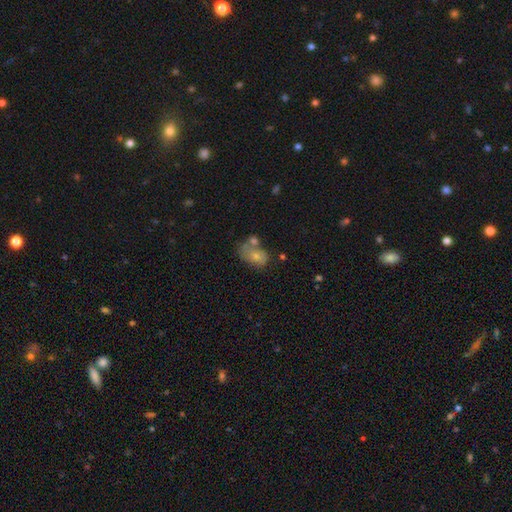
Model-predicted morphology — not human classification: smooth-or-featured: smooth: 71% | featured or disk: 20% | star or artifact: 10%
  how-rounded: in between: 81% | round: 17% | cigar-shaped: 2%
  merging: none: 33% (tied) | merger: 33% (tied) | minor disturbance: 21% | major disturbance: 13%